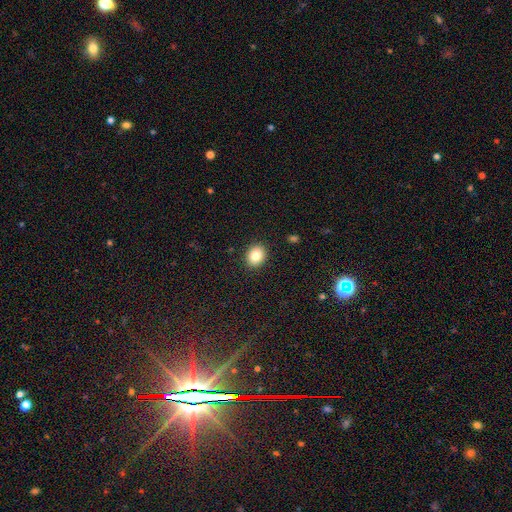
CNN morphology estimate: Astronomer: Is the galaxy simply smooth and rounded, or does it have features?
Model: smooth — 83%.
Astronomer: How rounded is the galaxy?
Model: round — 57% (runner-up: in between, 42%).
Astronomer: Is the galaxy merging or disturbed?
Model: none — 90%.